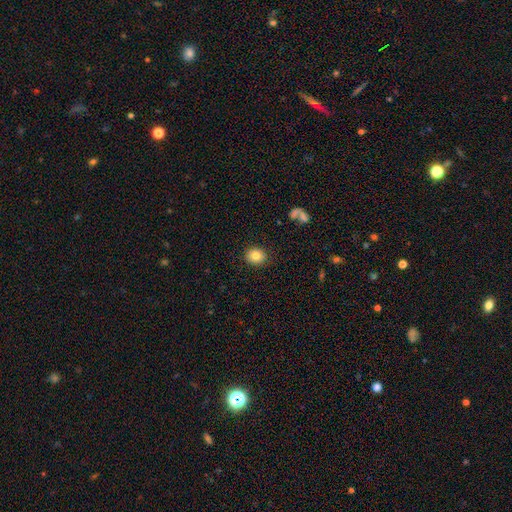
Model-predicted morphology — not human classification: smooth 82%, star or artifact 10%, featured or disk 8%. Down the decision tree: how rounded — round (67%); merging — none (89%).